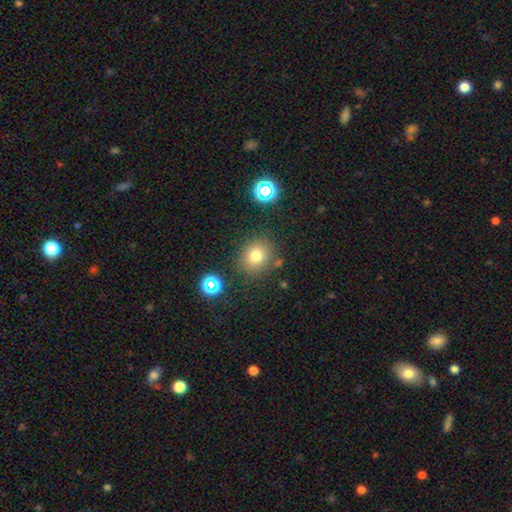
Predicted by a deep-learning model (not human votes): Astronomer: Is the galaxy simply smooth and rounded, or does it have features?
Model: smooth — 76%.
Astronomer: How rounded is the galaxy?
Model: round — 75%.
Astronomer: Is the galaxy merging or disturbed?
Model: none — 81%.